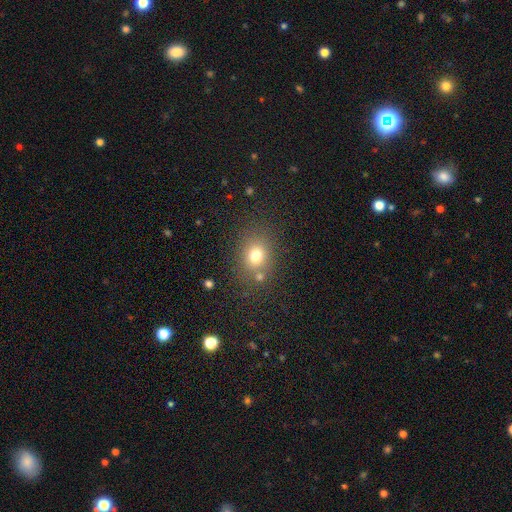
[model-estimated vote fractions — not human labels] The model was most divided on "how rounded": round: 59%, in between: 40%, cigar-shaped: 1%. More confident: smooth or featured — smooth (74%); merging — none (72%).